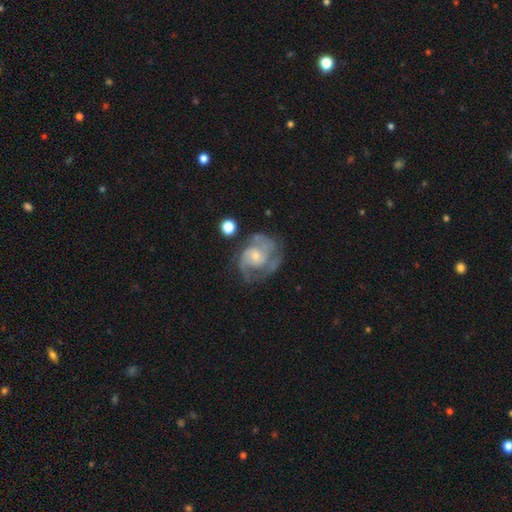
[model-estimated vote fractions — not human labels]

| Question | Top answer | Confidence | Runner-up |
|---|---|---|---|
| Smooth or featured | featured or disk | 80% | smooth (14%) |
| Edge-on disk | no | 98% | yes (2%) |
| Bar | no | 72% | weak (24%) |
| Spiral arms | yes | 90% | no (10%) |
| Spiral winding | medium | 44% | tight (42%) |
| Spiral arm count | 2 | 40% | can't tell (23%) |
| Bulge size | small | 55% | moderate (36%) |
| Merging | none | 54% | minor disturbance (22%) |